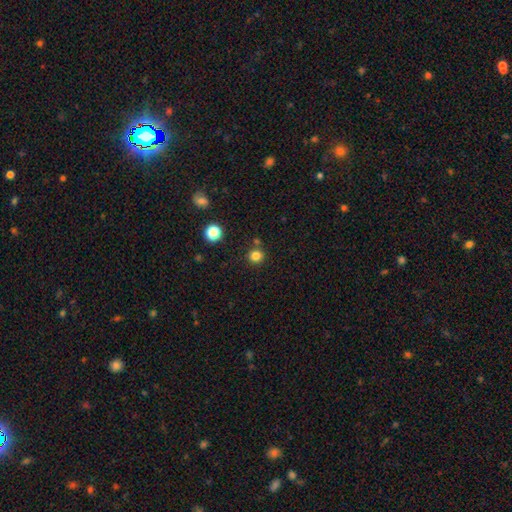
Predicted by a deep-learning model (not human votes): The model was most divided on "smooth or featured": smooth: 81%, star or artifact: 14%, featured or disk: 5%. More confident: how rounded — round (92%); merging — none (82%).